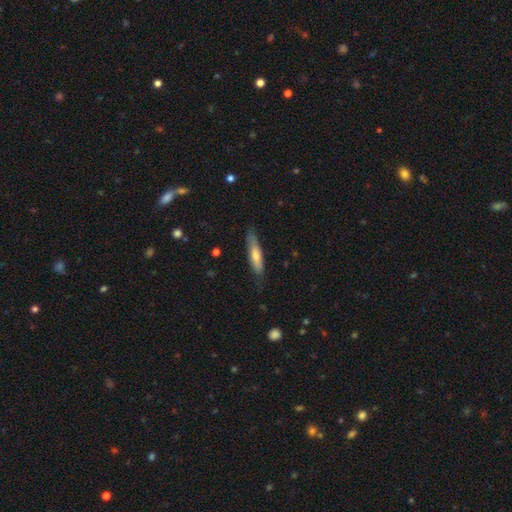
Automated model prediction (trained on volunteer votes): This appears to be a smooth galaxy with no disk features (62%) that is cigar-shaped (80%). Merging: none (76%).